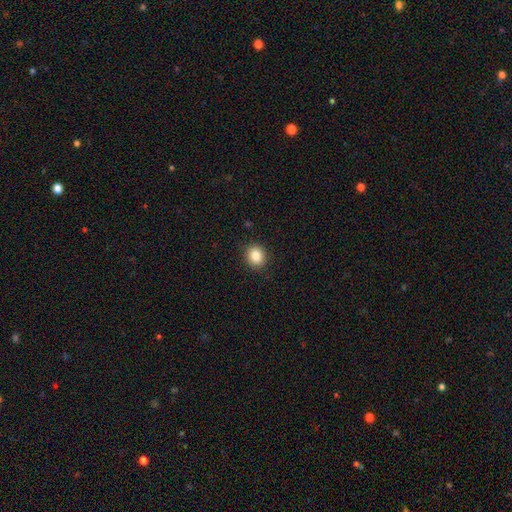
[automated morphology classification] Smooth or featured?
  - smooth: 85% *
  - star or artifact: 10%
  - featured or disk: 6%
How rounded?
  - round: 71% *
  - in between: 28%
  - cigar-shaped: 1%
Merging?
  - none: 90% *
  - minor disturbance: 7%
  - major disturbance: 2%
  - merger: 1%